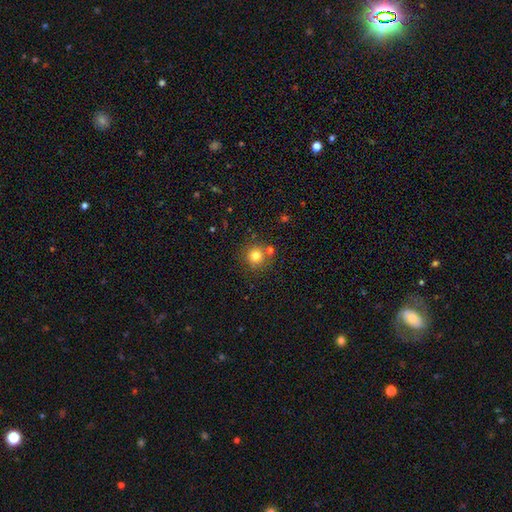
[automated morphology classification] Smooth or featured?
  - smooth: 79% *
  - star or artifact: 13%
  - featured or disk: 8%
How rounded?
  - round: 93% *
  - in between: 6%
  - cigar-shaped: 1%
Merging?
  - none: 79% *
  - merger: 10%
  - minor disturbance: 9%
  - major disturbance: 3%